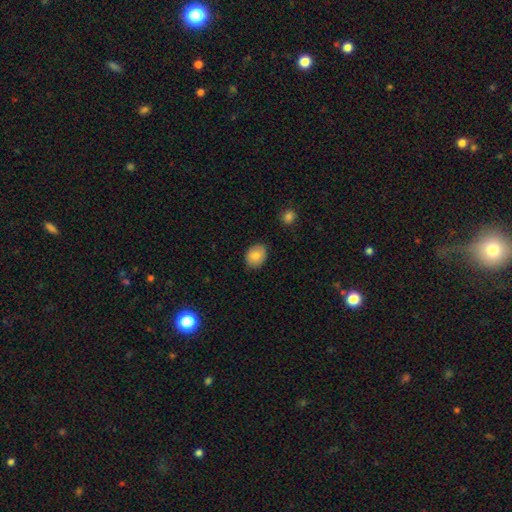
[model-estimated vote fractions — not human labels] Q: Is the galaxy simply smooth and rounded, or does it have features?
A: smooth — 82%.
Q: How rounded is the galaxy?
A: in between — 52%.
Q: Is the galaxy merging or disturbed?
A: none — 84%.